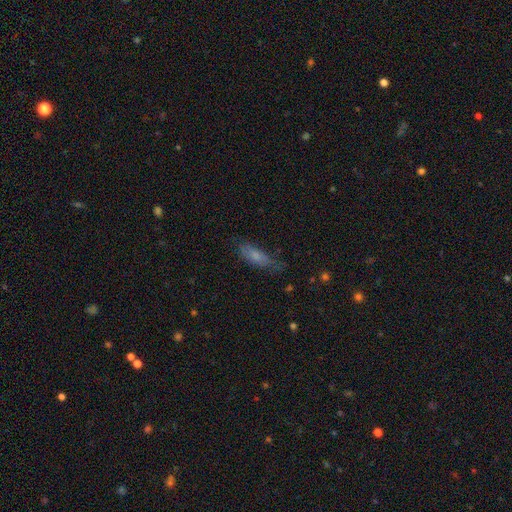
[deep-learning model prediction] Overall: smooth (70%). How rounded: in between (56%; cigar-shaped 42%). Merging: none (60%; minor disturbance 29%).